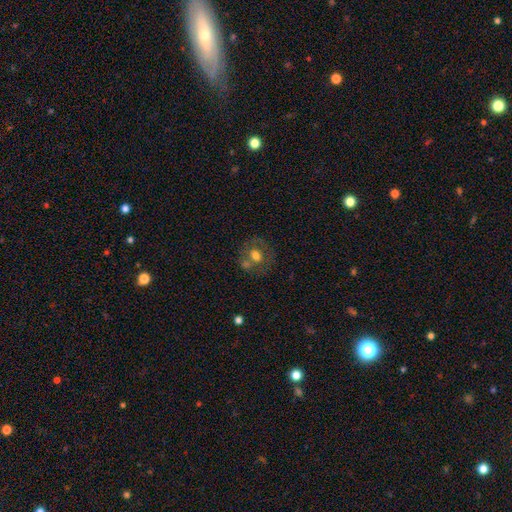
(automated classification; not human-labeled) Smooth or featured?
  - smooth: 58% *
  - featured or disk: 31%
  - star or artifact: 11%
How rounded?
  - round: 73% *
  - in between: 26%
  - cigar-shaped: 1%
Merging?
  - none: 54% *
  - merger: 24%
  - minor disturbance: 15%
  - major disturbance: 7%